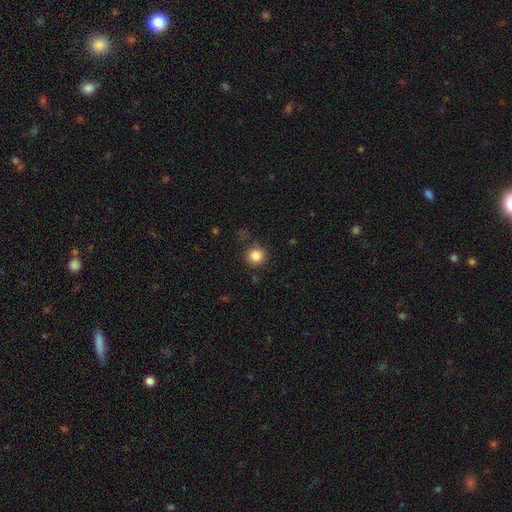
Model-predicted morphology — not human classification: This appears to be a smooth galaxy with no disk features (85%) that is round (93%). Merging: none (81%).